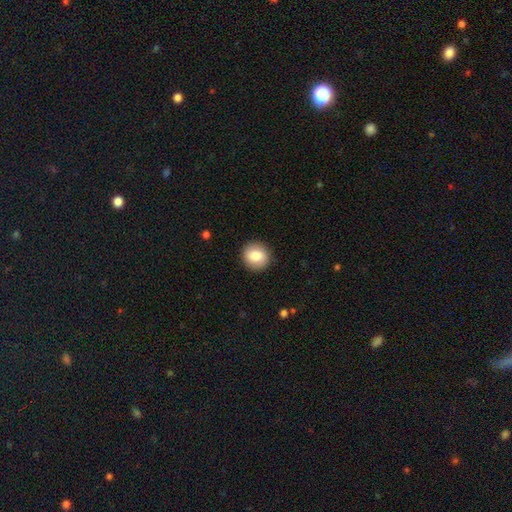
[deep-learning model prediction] A smooth galaxy with no disk features (83%) that is round (86%).

Vote fractions:
- Smooth or featured? smooth: 83% / featured or disk: 10% / star or artifact: 8%
- How rounded? round: 86% / in between: 13% / cigar-shaped: 1%
- Merging? none: 90% / minor disturbance: 7% / major disturbance: 2% / merger: 1%